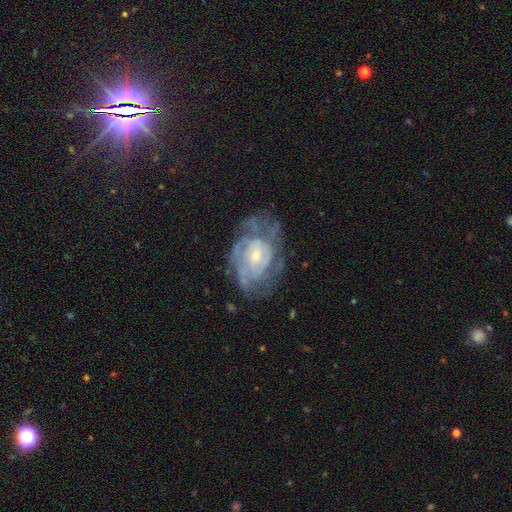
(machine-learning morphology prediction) This is likely a featured or disk galaxy (80%). It is clearly not viewed edge-on (97%). Bar: likely no (65%). Spiral arm pattern: likely yes (79%). Spiral arm count: possibly can't tell (55%). Spiral winding: possibly tight (59%). Central bulge: possibly small (59%). Merging: possibly none (54%).